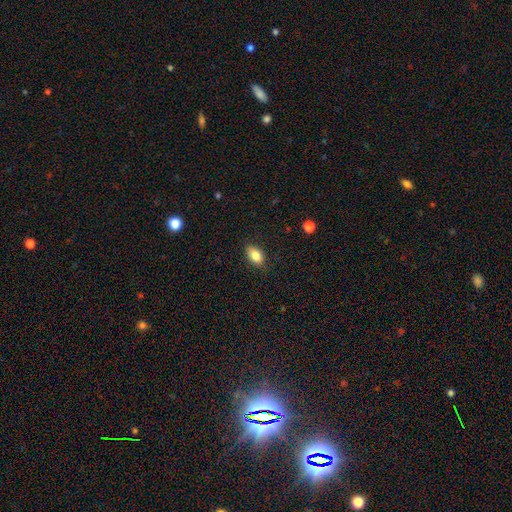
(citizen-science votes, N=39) Overall: smooth (87%). How rounded: in between (85%). Merging: none (82%).